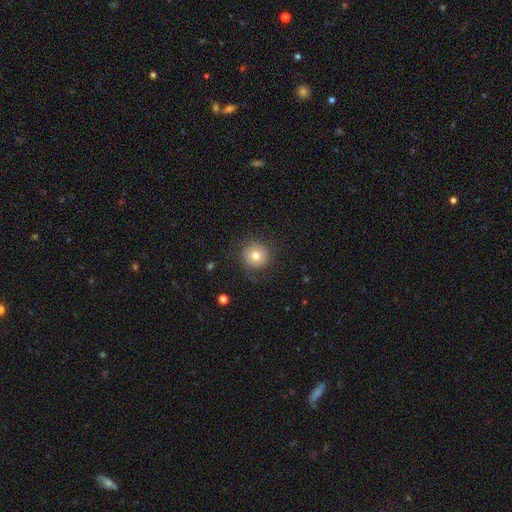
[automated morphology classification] This is likely a smooth galaxy (69%). How rounded: clearly round (92%). Merging: likely none (74%).